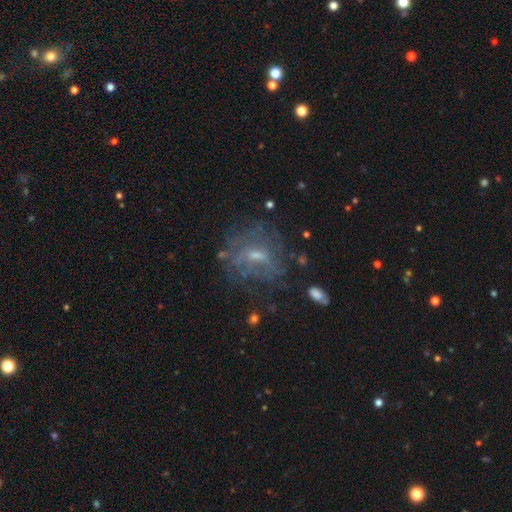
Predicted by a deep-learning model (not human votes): Smooth or featured? Predicted: featured or disk (p=0.62). Edge-on disk? Predicted: no (p=0.94). Bar? Predicted: weak (p=0.47). Spiral arms? Predicted: no (p=0.56). Bulge size? Predicted: small (p=0.47). Merging? Predicted: none (p=0.58).